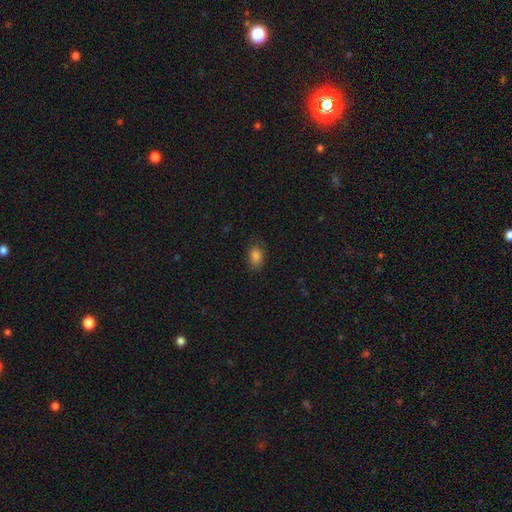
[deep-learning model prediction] smooth 85%, star or artifact 10%, featured or disk 5%. Down the decision tree: how rounded — in between (84%); merging — none (79%).